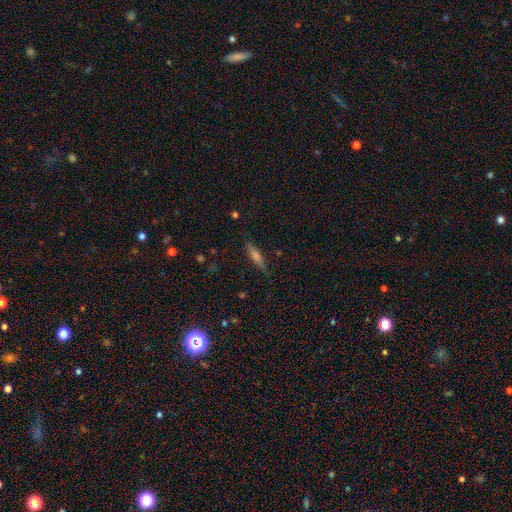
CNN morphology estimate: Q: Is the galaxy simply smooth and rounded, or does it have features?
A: smooth — 46%.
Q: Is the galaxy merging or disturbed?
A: none — 86%.